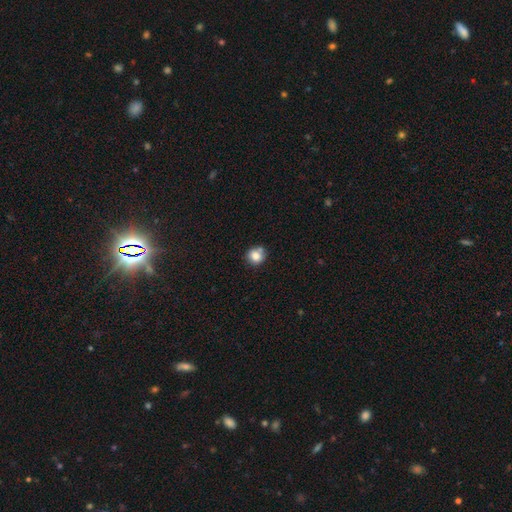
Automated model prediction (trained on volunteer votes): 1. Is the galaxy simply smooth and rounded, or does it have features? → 81% smooth, 10% star or artifact, 9% featured or disk.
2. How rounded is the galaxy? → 82% round, 17% in between, 1% cigar-shaped.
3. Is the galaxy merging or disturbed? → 66% none, 15% minor disturbance, 15% merger, 4% major disturbance.